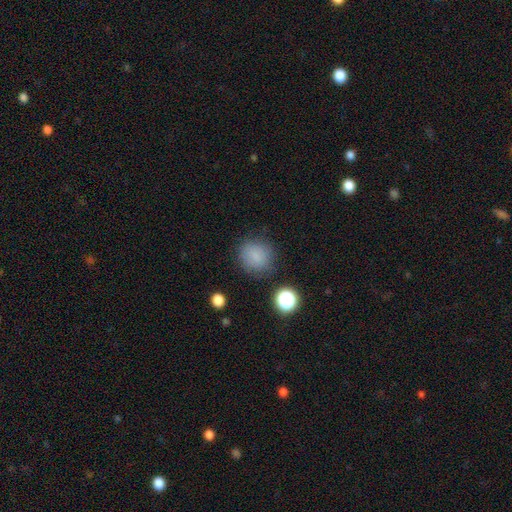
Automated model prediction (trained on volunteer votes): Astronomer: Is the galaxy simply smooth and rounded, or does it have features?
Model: smooth — 81%.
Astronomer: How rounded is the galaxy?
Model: round — 87%.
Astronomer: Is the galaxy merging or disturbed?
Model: none — 82%.